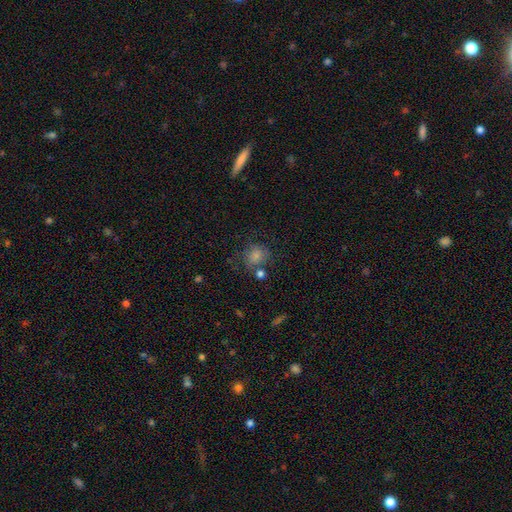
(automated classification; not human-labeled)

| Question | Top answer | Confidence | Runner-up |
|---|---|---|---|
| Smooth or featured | smooth | 59% | star or artifact (22%) |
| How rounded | round | 76% | in between (22%) |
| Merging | none | 66% | minor disturbance (17%) |